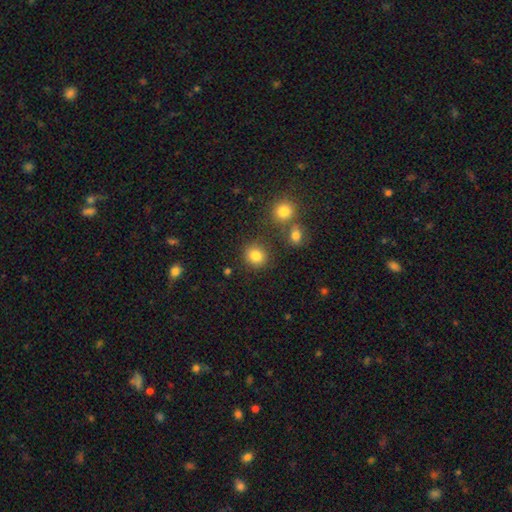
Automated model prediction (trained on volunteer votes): The model was most divided on "how rounded": round: 80%, in between: 19%, cigar-shaped: 1%. More confident: smooth or featured — smooth (82%); merging — none (80%).